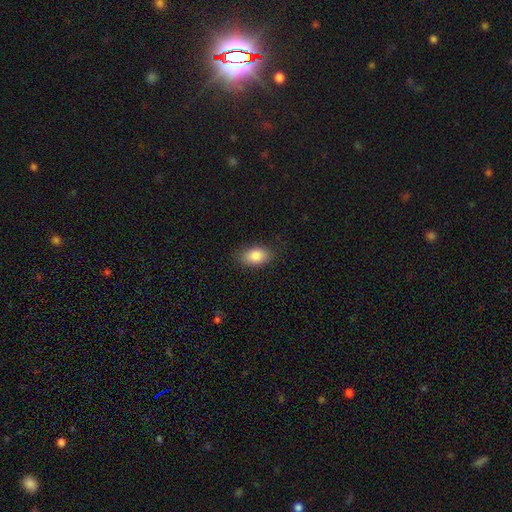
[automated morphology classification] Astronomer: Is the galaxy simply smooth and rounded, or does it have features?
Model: smooth — 86%.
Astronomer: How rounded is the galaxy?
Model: in between — 90%.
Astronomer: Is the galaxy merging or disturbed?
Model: none — 83%.